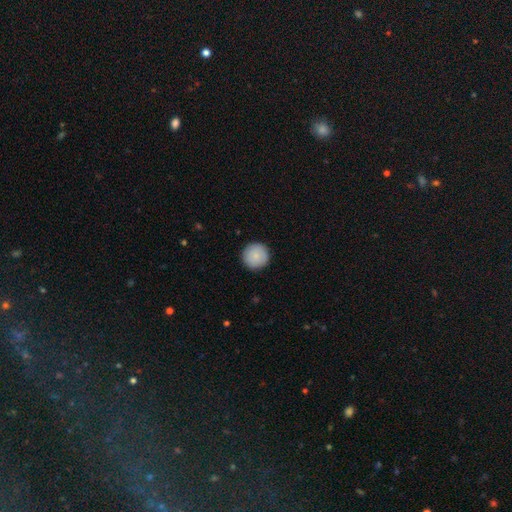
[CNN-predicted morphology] Smooth or featured: smooth — 85% (featured or disk — 8%)
How rounded: round — 96% (in between — 3%)
Merging: none — 91% (minor disturbance — 6%)